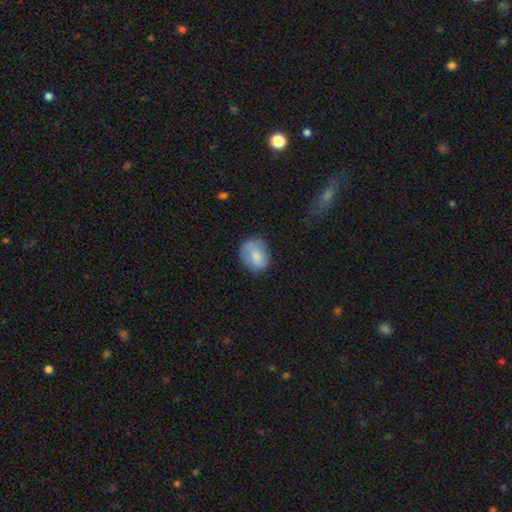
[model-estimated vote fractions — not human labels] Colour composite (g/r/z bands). It shows a smooth galaxy with no disk features (74%) that is round (52%). Merging: none (60%).